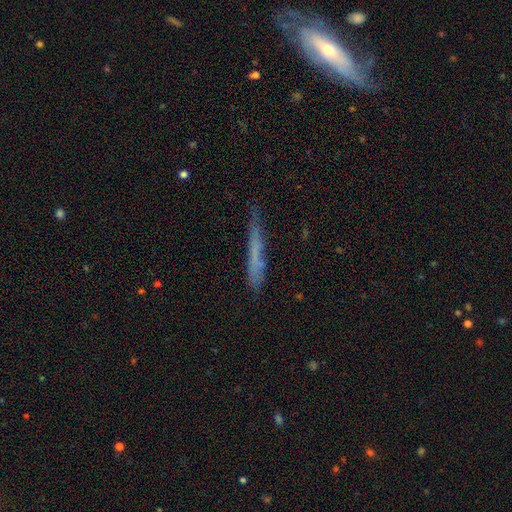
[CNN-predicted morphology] Overall: smooth (58%; featured or disk 33%). How rounded: cigar-shaped (95%). Merging: none (67%).